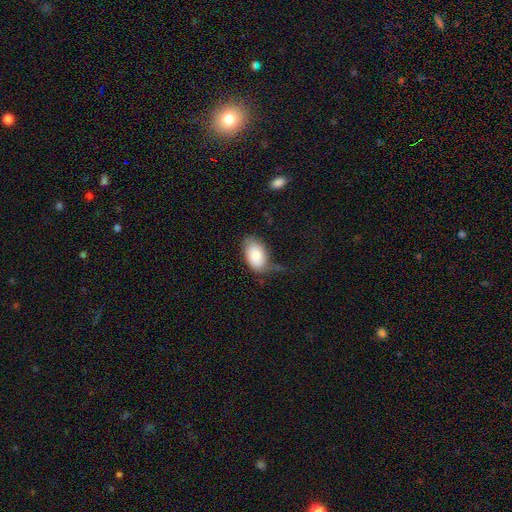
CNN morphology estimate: smooth-or-featured: smooth: 81% | featured or disk: 13% | star or artifact: 6%
  how-rounded: in between: 93% | round: 6% | cigar-shaped: 1%
  merging: none: 41% | minor disturbance: 33% | major disturbance: 22% | merger: 3%